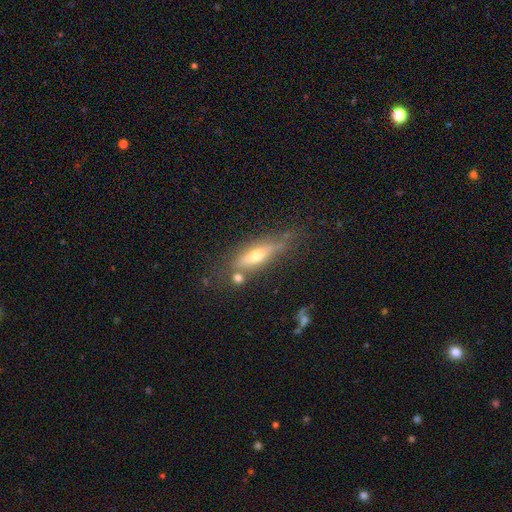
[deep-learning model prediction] Overall: featured or disk (60%; smooth 32%). Edge-on disk: yes (85%). Edge-on bulge: rounded (90%). Merging: none (63%).